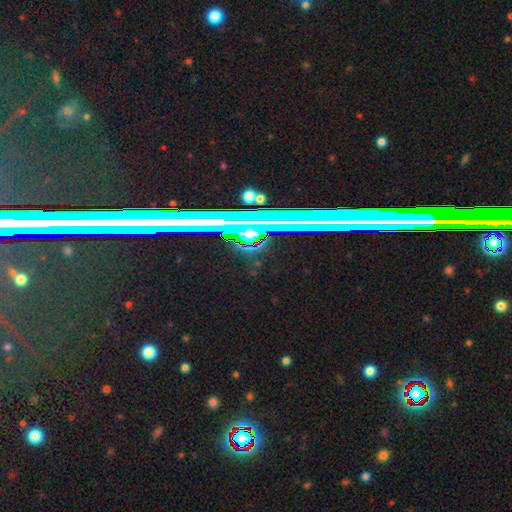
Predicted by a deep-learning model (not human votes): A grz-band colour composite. It shows a star or artifact, not a galaxy (65%).